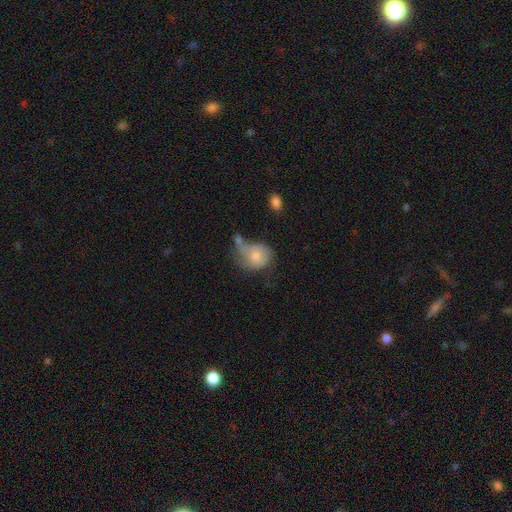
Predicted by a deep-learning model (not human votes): A smooth galaxy with no disk features (56%) that is round (59%). Merging: minor disturbance (27%, tied with major disturbance and none).